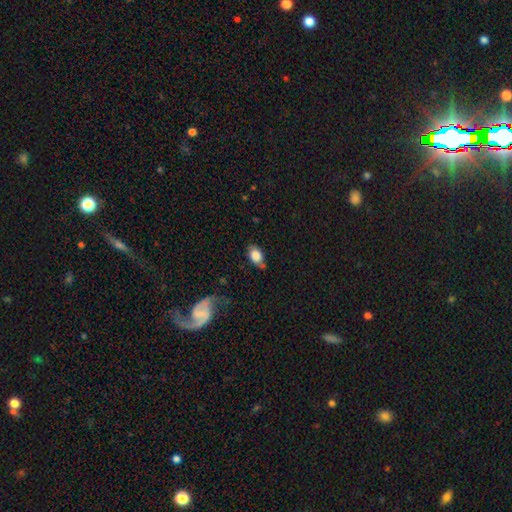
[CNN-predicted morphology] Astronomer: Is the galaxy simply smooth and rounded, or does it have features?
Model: smooth — 80%.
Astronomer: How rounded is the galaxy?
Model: in between — 85%.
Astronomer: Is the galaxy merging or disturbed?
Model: none — 62%.